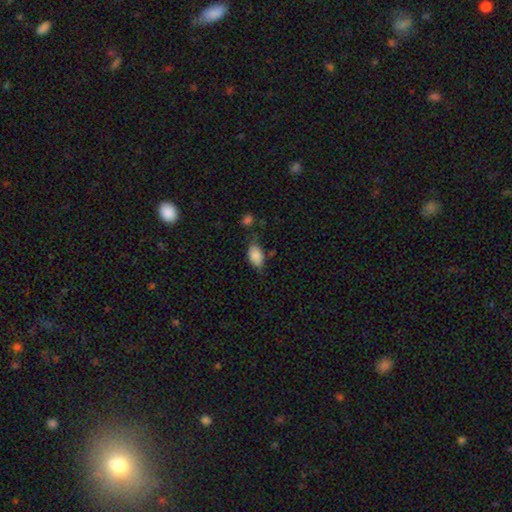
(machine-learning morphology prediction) smooth 86%, star or artifact 8%, featured or disk 7%. Down the decision tree: how rounded — in between (91%); merging — none (59%).